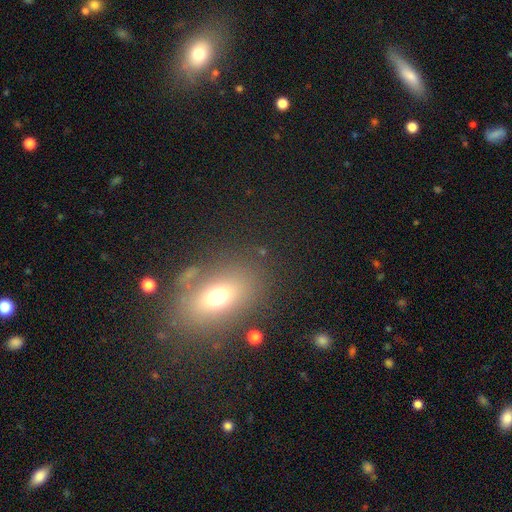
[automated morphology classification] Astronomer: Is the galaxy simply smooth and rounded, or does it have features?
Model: smooth — 57%.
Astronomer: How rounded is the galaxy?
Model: in between — 77%.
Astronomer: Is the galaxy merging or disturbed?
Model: none — 78%.